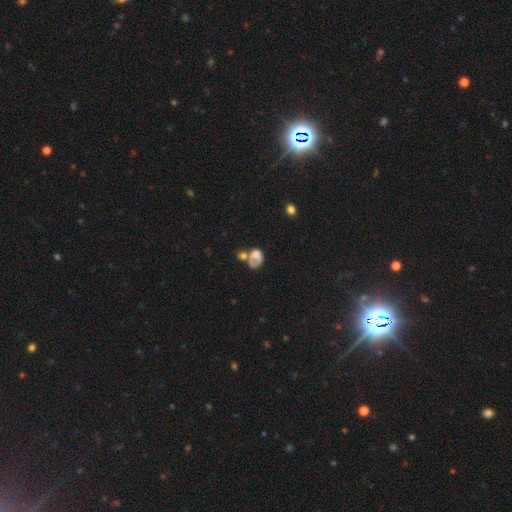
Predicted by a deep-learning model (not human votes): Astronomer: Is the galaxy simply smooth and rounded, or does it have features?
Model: smooth — 56% (runner-up: featured or disk, 32%).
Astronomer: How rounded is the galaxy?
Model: in between — 60% (runner-up: round, 38%).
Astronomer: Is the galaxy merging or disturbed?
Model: merger — 42% (runner-up: none, 22%).